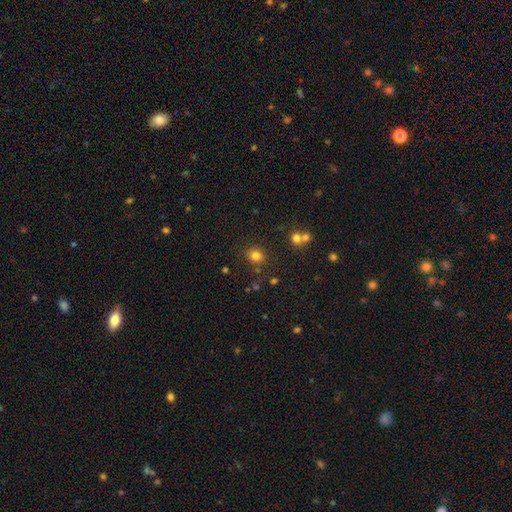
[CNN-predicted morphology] Smooth or featured? smooth (79%)
How rounded? round (80%)
Merging? none (81%)